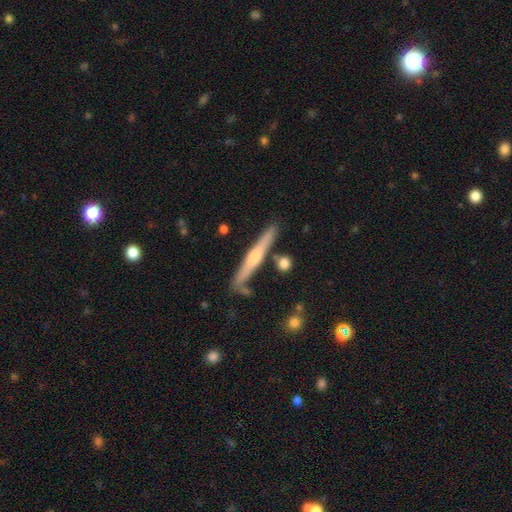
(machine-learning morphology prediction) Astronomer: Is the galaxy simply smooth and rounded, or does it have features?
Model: featured or disk — 58% (runner-up: smooth, 36%).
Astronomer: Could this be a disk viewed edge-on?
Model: yes — 96%.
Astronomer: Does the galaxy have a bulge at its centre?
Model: rounded — 73%.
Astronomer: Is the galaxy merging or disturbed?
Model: none — 81%.